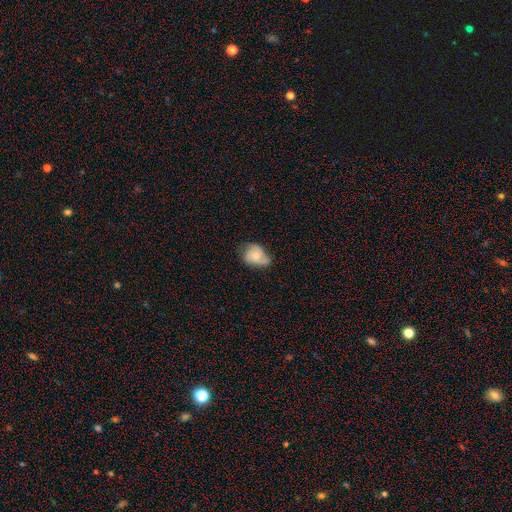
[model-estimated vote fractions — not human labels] Smooth or featured? Predicted: smooth (p=0.53). How rounded? Predicted: in between (p=0.65). Merging? Predicted: none (p=0.44).